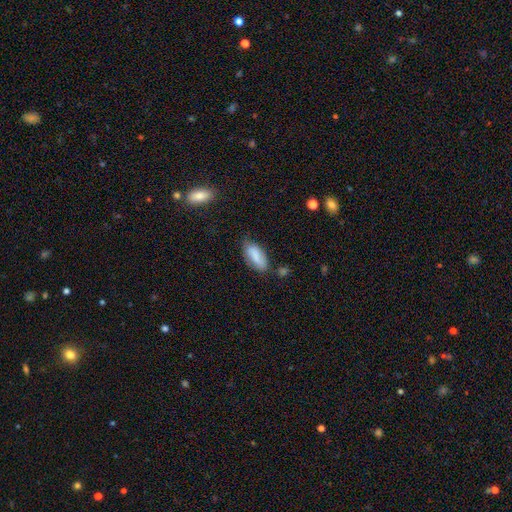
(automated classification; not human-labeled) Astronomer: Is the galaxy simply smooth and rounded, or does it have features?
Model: smooth — 83%.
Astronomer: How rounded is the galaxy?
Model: in between — 84%.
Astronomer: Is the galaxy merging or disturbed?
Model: none — 63%.